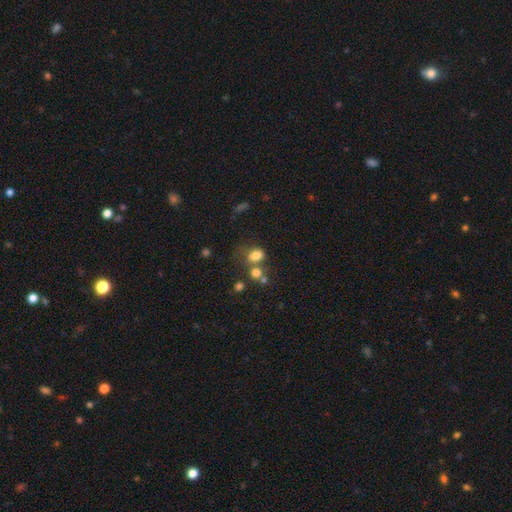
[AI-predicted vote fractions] The model was most divided on "merging": none: 43%, merger: 31%, minor disturbance: 16%, major disturbance: 9%. More confident: smooth or featured — smooth (77%); how rounded — in between (72%).